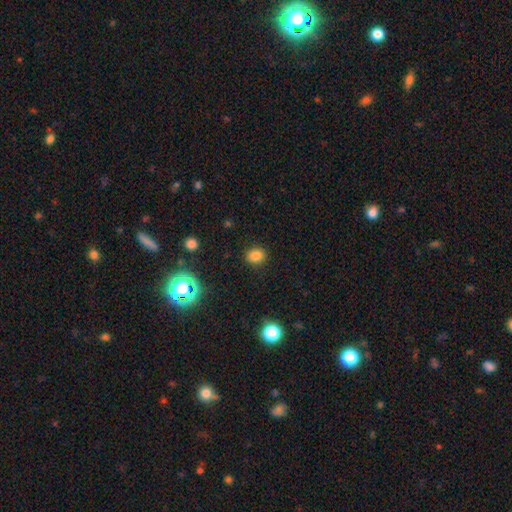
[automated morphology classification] Overall: smooth (81%). How rounded: round (61%; in between 38%). Merging: none (89%).